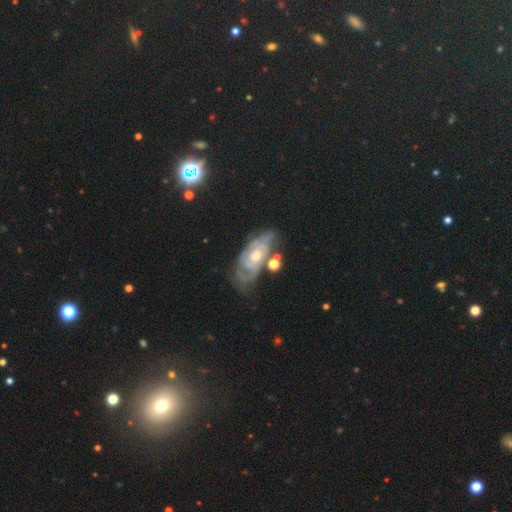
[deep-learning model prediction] The model was most divided on "spiral arm count": can't tell: 39%, 2: 34%, 3: 14%, 1: 5%, 4: 4%, more than 4: 4%. More confident: edge-on disk — no (92%); spiral arms — yes (92%); smooth or featured — featured or disk (83%); spiral winding — tight (68%); bar — no (66%); merging — none (63%); bulge size — moderate (57%).